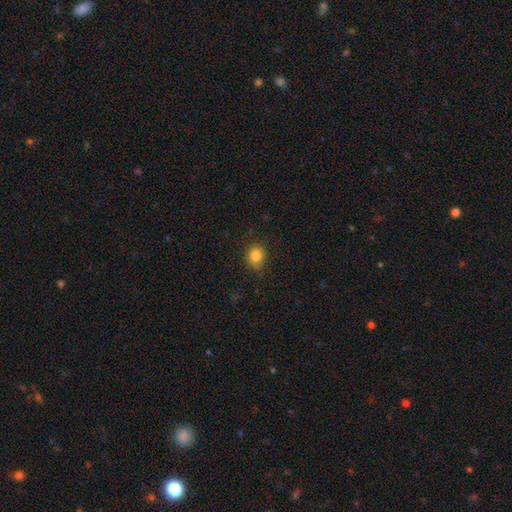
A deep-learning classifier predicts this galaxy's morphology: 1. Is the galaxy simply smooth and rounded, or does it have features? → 83% smooth, 11% star or artifact, 6% featured or disk.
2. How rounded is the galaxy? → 78% round, 21% in between, 1% cigar-shaped.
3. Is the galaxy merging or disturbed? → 83% none, 14% minor disturbance, 3% major disturbance, 1% merger.